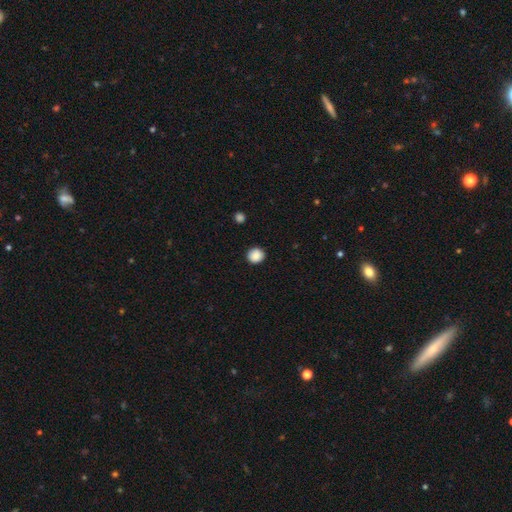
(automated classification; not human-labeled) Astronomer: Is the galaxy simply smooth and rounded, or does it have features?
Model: smooth — 88%.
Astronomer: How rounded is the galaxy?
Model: round — 89%.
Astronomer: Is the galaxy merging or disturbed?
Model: none — 91%.